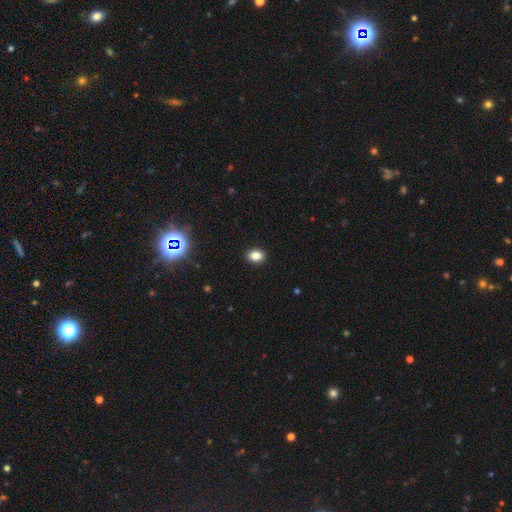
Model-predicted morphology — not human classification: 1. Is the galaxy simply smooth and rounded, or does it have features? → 82% smooth, 12% star or artifact, 6% featured or disk.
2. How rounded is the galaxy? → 60% in between, 39% round, 1% cigar-shaped.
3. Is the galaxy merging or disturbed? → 91% none, 6% minor disturbance, 2% major disturbance, 1% merger.